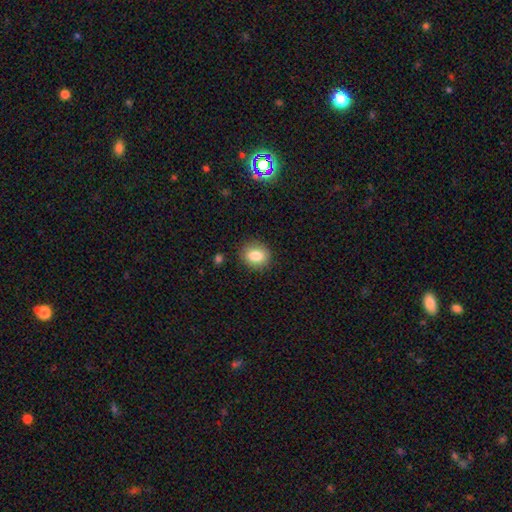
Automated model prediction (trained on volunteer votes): This appears to be a smooth galaxy with no disk features (83%) that is round (61%). Merging: none (86%).